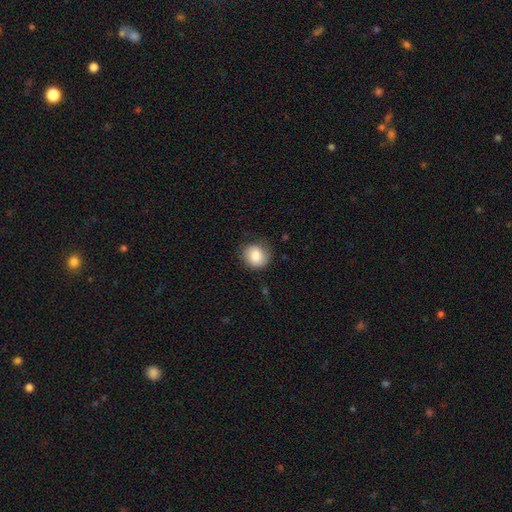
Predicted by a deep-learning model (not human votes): This is clearly a smooth galaxy (83%). How rounded: likely round (79%). Merging: likely none (77%).